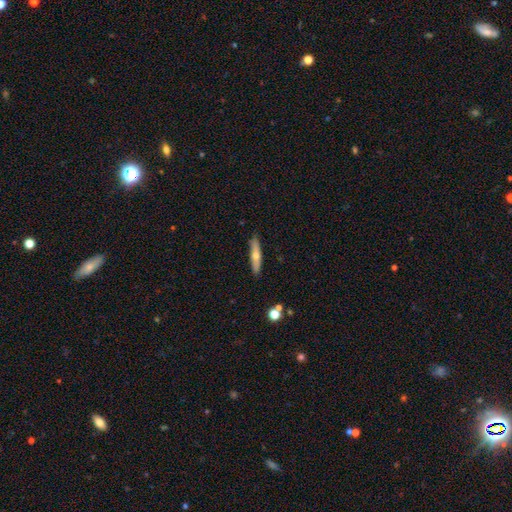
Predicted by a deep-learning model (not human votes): The model was most divided on "smooth or featured": smooth: 52%, featured or disk: 41%, star or artifact: 7%. More confident: merging — none (88%); how rounded — cigar-shaped (79%).